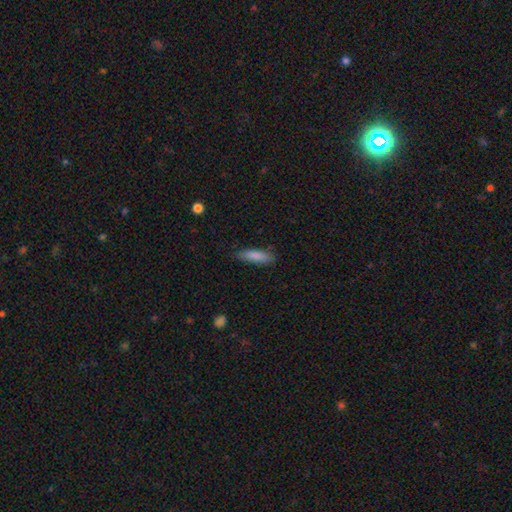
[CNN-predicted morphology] A smooth galaxy with no disk features (86%) that is cigar-shaped (60%).

Vote fractions:
- Smooth or featured? smooth: 86% / featured or disk: 8% / star or artifact: 6%
- How rounded? cigar-shaped: 60% / in between: 39% / round: 2%
- Merging? none: 81% / minor disturbance: 15% / major disturbance: 3% / merger: 1%